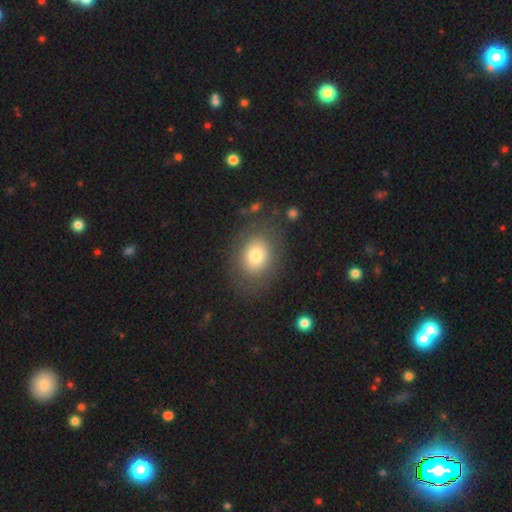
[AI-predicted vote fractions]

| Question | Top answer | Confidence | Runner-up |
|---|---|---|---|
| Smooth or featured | smooth | 74% | featured or disk (17%) |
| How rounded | in between | 61% | round (38%) |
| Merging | none | 78% | minor disturbance (12%) |